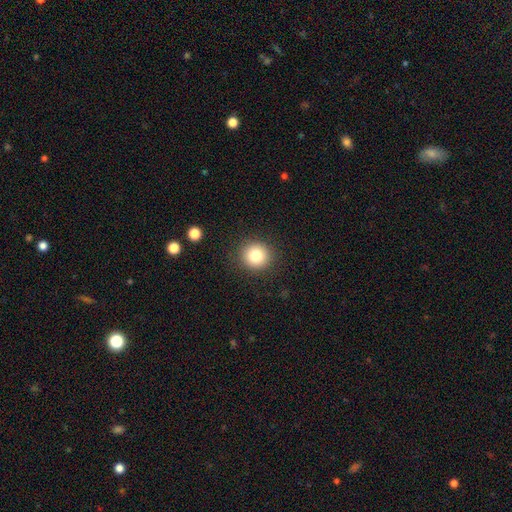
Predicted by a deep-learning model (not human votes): A smooth galaxy with no disk features (82%) that is round (92%). Merging: none (90%).